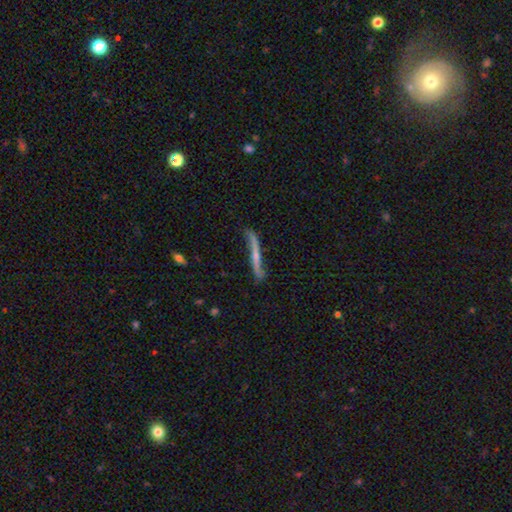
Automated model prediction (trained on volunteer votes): A featured or disk galaxy (72%) viewed edge-on (66%). Merging: none (63%).